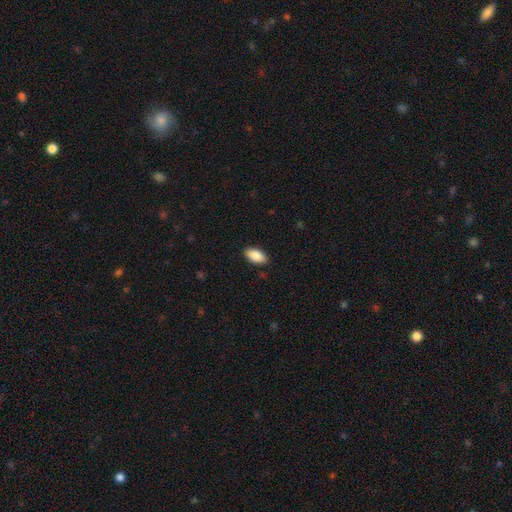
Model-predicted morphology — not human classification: type=smooth (88%); roundness=in between (94%); merging=none (88%).